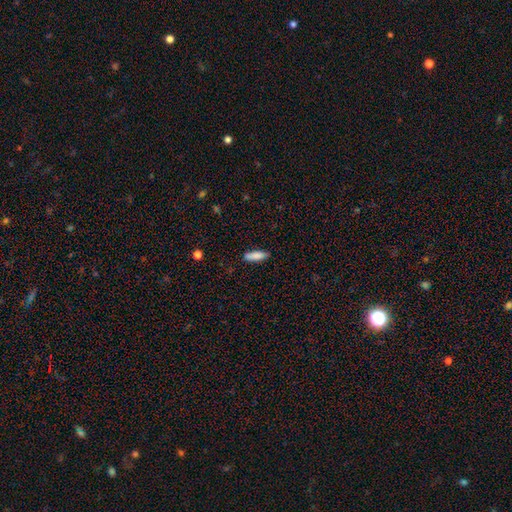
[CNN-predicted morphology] Smooth or featured? Predicted: smooth (p=0.85). How rounded? Predicted: cigar-shaped (p=0.58). Merging? Predicted: none (p=0.85).